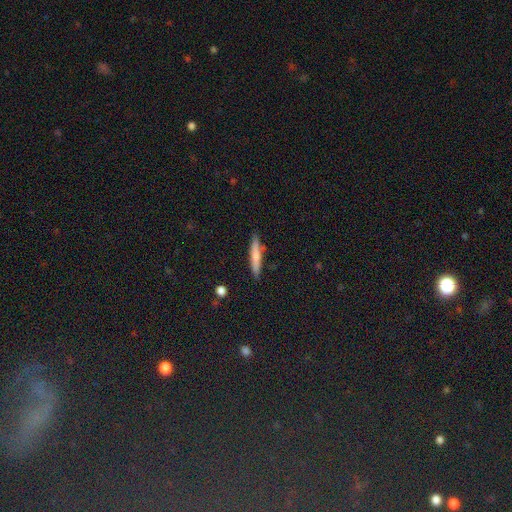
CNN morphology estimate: Smooth or featured?
  - smooth: 65% *
  - featured or disk: 28%
  - star or artifact: 7%
How rounded?
  - cigar-shaped: 91% *
  - in between: 7%
  - round: 2%
Merging?
  - none: 85% *
  - minor disturbance: 10%
  - merger: 3%
  - major disturbance: 2%